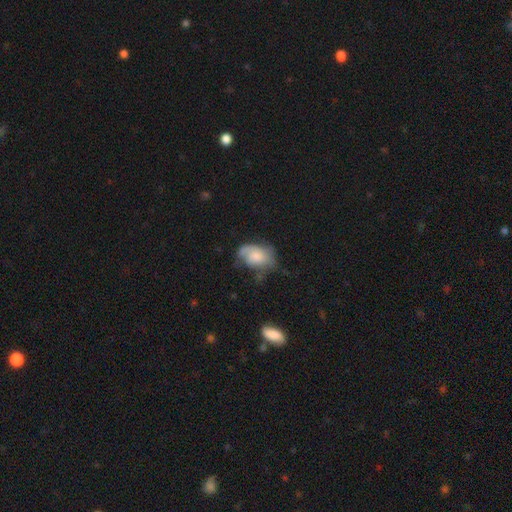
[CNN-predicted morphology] smooth-or-featured: smooth: 55% | featured or disk: 38% | star or artifact: 7%
  how-rounded: in between: 82% | round: 17% | cigar-shaped: 1%
  merging: none: 37% | minor disturbance: 33% | major disturbance: 26% | merger: 4%